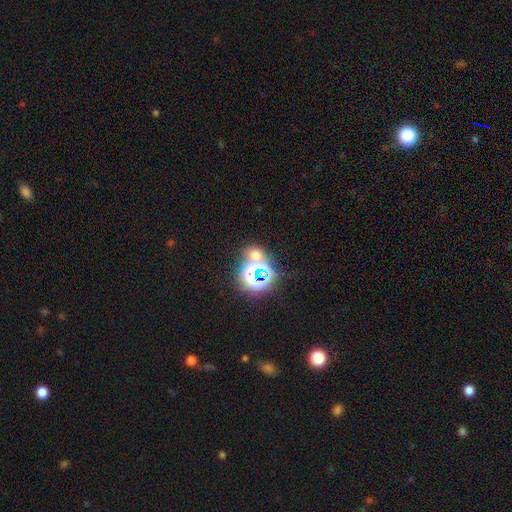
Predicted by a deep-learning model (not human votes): The model was most divided on "smooth or featured": star or artifact: 52%, smooth: 39%, featured or disk: 10%.